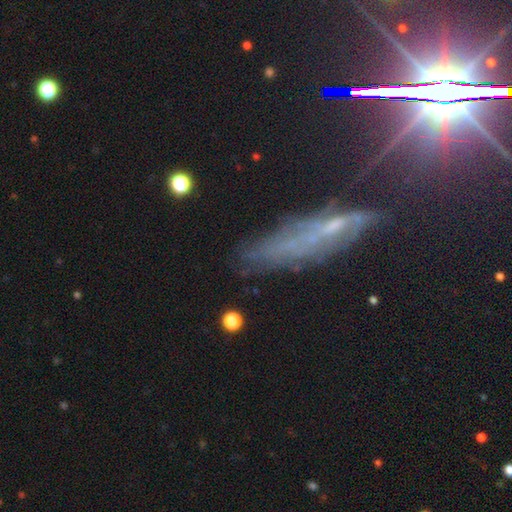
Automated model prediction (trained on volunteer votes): Q: Smooth or featured?
A: featured or disk (48%); runner-up: smooth (34%)
Q: Merging?
A: none (60%); runner-up: minor disturbance (20%)